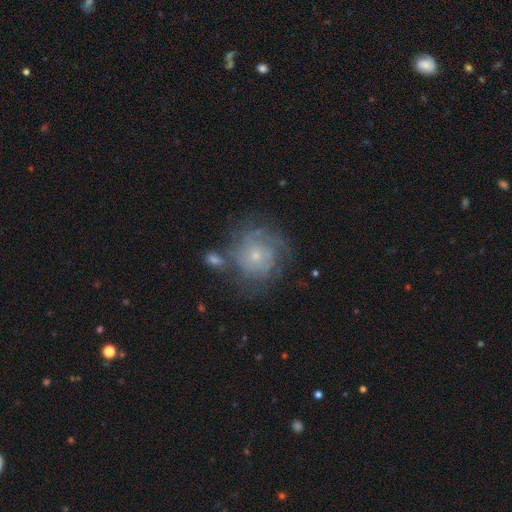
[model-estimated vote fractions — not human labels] Smooth or featured? featured or disk (70%)
Edge-on disk? no (97%)
Bar? no (83%)
Spiral arms? yes (84%)
Spiral winding? tight (68%)
Spiral arm count? can't tell (51%)
Bulge size? small (72%)
Merging? none (61%)